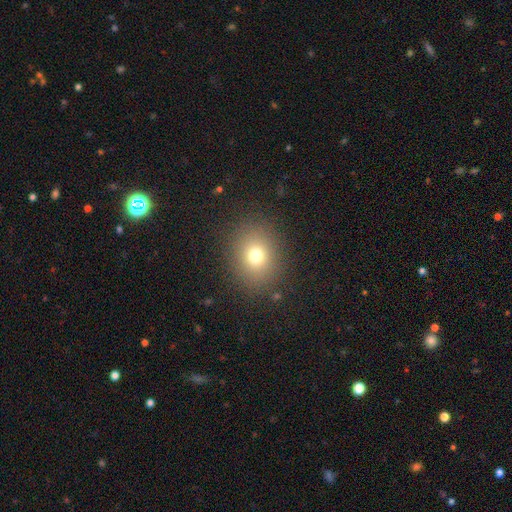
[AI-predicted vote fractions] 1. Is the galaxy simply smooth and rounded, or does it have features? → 73% smooth, 15% star or artifact, 11% featured or disk.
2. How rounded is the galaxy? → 60% round, 39% in between, 1% cigar-shaped.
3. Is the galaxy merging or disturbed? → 86% none, 8% minor disturbance, 4% major disturbance, 1% merger.